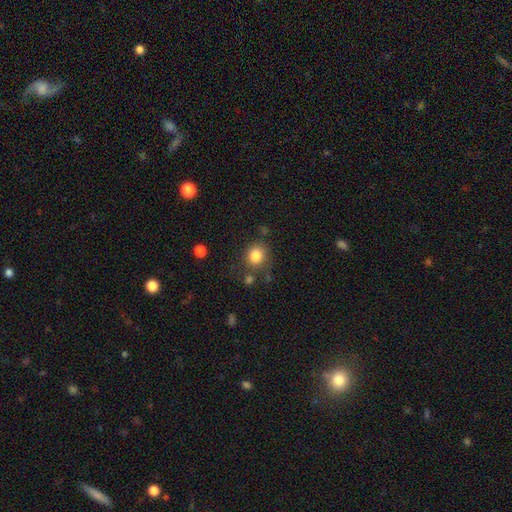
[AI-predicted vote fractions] smooth 83%, star or artifact 11%, featured or disk 7%. Down the decision tree: how rounded — round (82%); merging — none (72%).